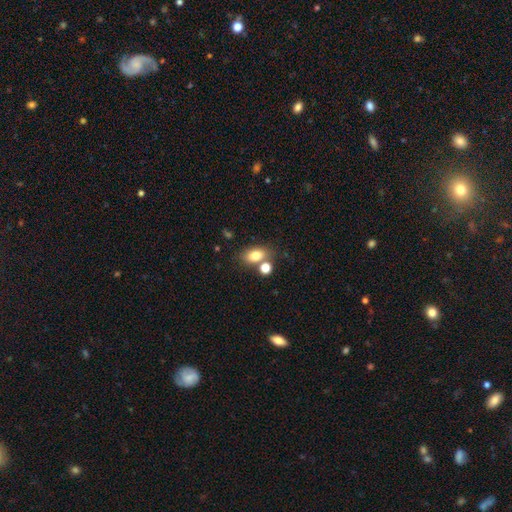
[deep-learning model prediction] This appears to be a smooth galaxy with no disk features (79%) that is in between round and cigar-shaped (79%). Merging: none (62%).